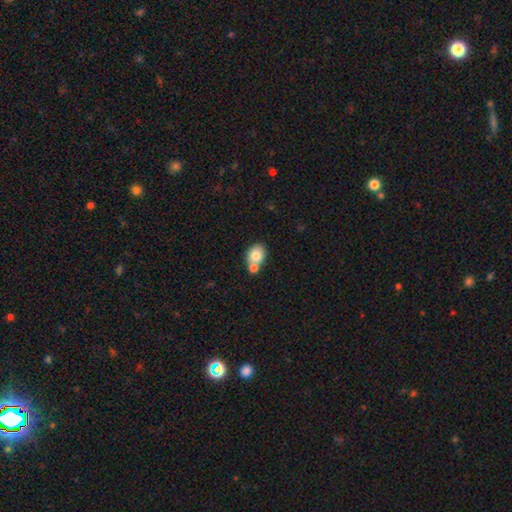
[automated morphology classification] type=smooth (79%); roundness=in between (55%); merging=none (46%).